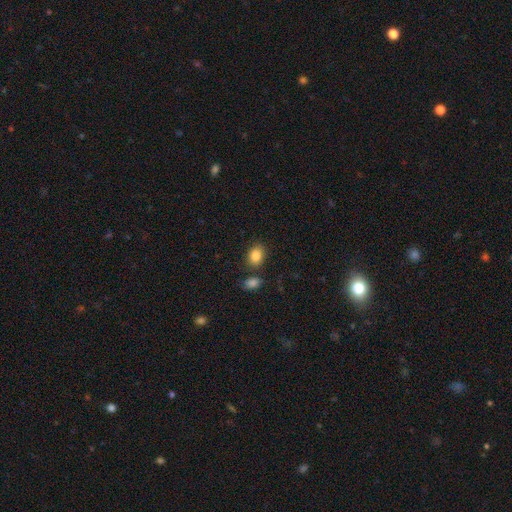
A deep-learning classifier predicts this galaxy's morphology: Smooth or featured? smooth (85%)
How rounded? in between (62%)
Merging? none (76%)